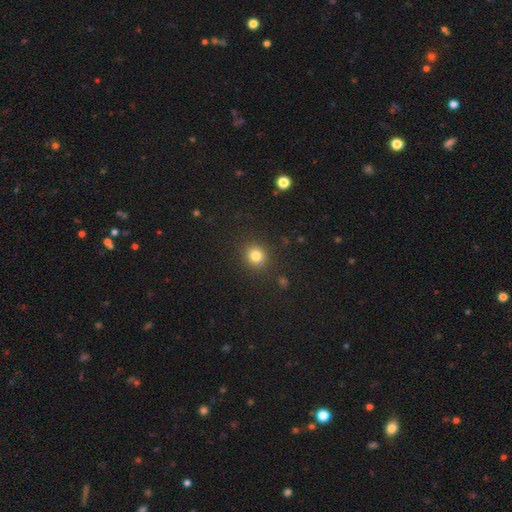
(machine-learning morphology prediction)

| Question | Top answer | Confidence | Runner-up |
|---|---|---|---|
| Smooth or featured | smooth | 80% | star or artifact (14%) |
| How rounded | round | 89% | in between (10%) |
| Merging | none | 88% | minor disturbance (7%) |